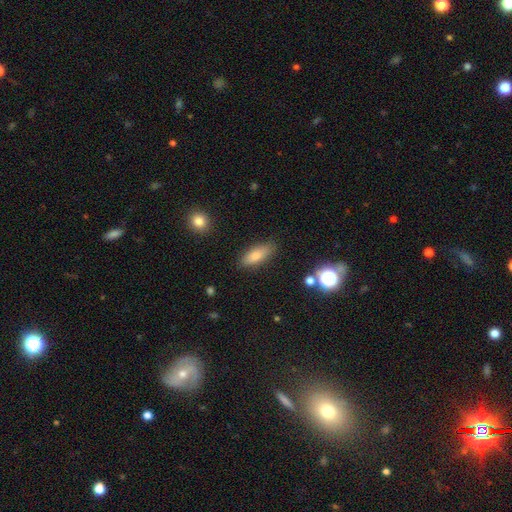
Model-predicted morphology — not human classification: The model was most divided on "how rounded": in between: 71%, cigar-shaped: 26%, round: 3%. More confident: merging — none (84%); smooth or featured — smooth (80%).